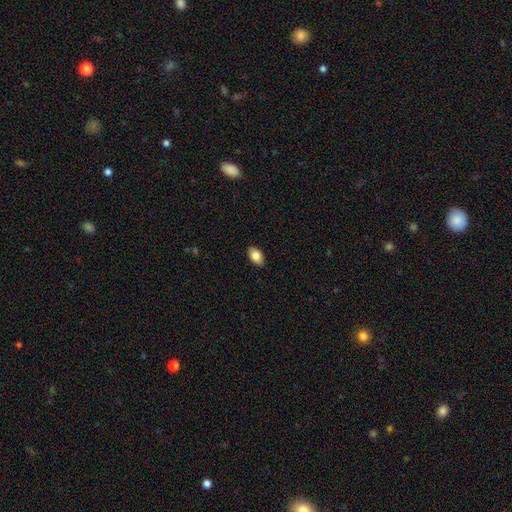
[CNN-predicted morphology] Q: Smooth or featured?
A: smooth (83%); runner-up: featured or disk (10%)
Q: How rounded?
A: in between (90%); runner-up: round (8%)
Q: Merging?
A: none (87%); runner-up: minor disturbance (10%)